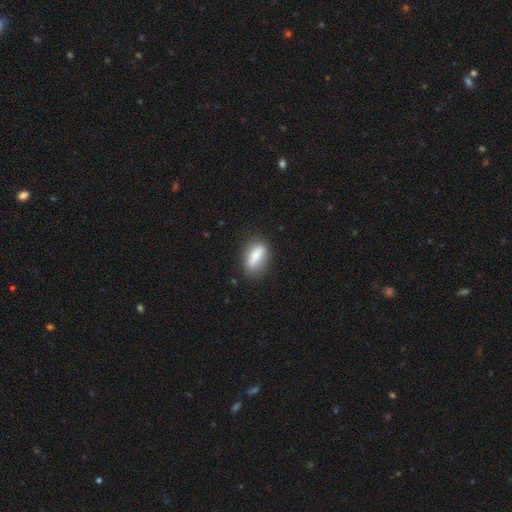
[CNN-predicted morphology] Smooth or featured: smooth — 75% (featured or disk — 17%)
How rounded: in between — 73% (cigar-shaped — 21%)
Merging: none — 75% (minor disturbance — 17%)